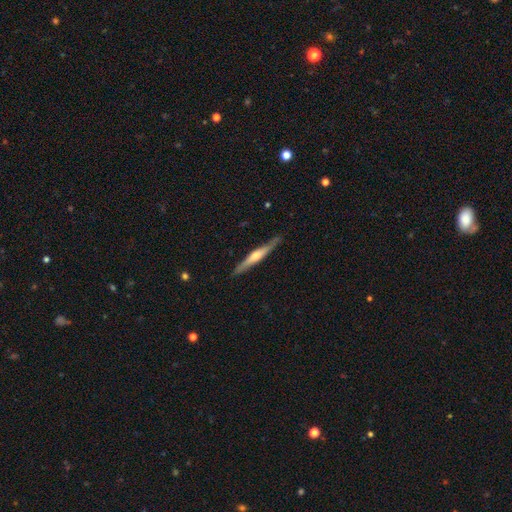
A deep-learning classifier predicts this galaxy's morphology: A featured or disk galaxy (64%) viewed edge-on (97%) with a rounded central bulge (75%).

Vote fractions:
- Smooth or featured? featured or disk: 64% / smooth: 31% / star or artifact: 5%
- Edge-on disk? yes: 97% / no: 3%
- Edge-on bulge? rounded: 75% / boxy: 13% / none: 12%
- Merging? none: 86% / minor disturbance: 10% / major disturbance: 2% / merger: 1%